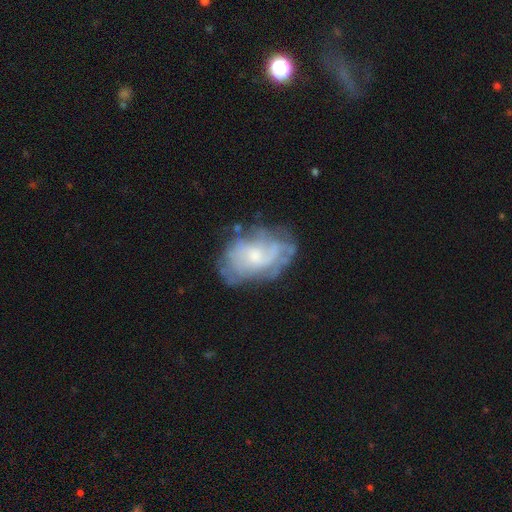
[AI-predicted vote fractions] smooth_or_featured: featured or disk (p=0.66) [alt: smooth p=0.26]
disk_edge_on: no (p=0.96) [alt: yes p=0.04]
bar: no (p=0.64) [alt: weak p=0.31]
has_spiral_arms: yes (p=0.67) [alt: no p=0.33]
bulge_size: small (p=0.48) [alt: moderate p=0.38]
merging: none (p=0.55) [alt: minor disturbance p=0.25]